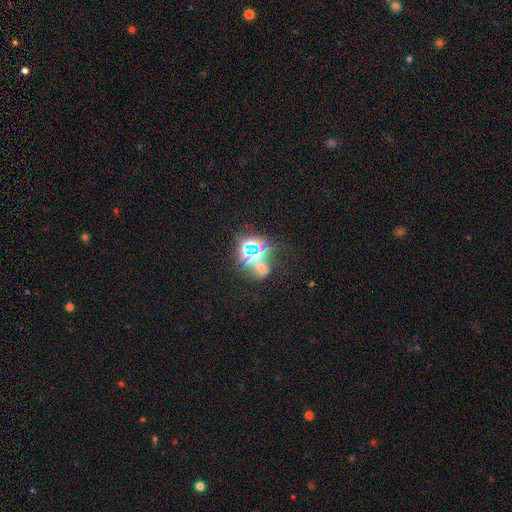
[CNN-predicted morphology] Overall: star or artifact (65%).